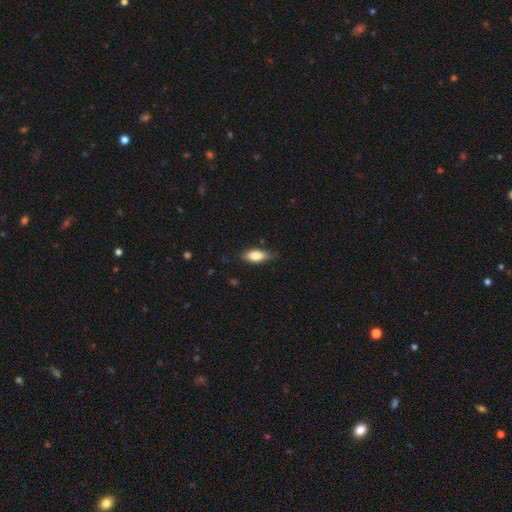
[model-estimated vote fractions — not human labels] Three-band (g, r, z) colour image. It shows a smooth galaxy with no disk features (79%) that is in between round and cigar-shaped (76%). Merging: none (80%).